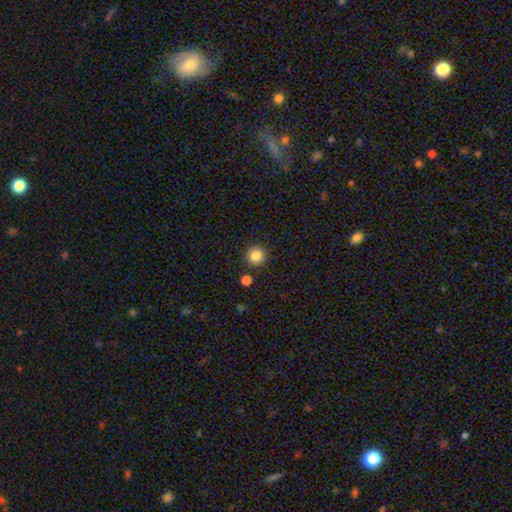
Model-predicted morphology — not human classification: A smooth galaxy with no disk features (85%) that is round (94%). Merging: none (89%).